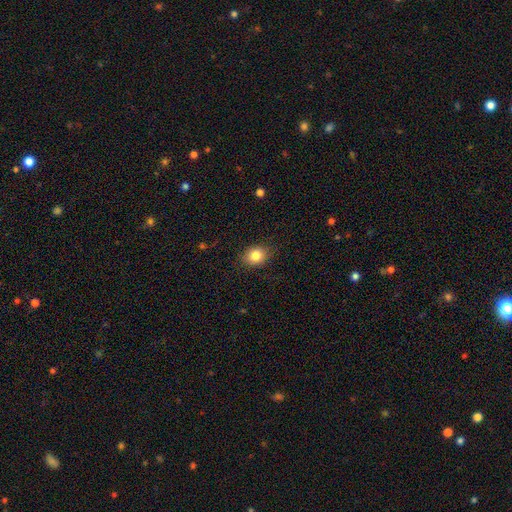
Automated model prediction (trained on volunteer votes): Smooth or featured?
  - smooth: 84% *
  - star or artifact: 9%
  - featured or disk: 7%
How rounded?
  - in between: 50% *
  - round: 49%
  - cigar-shaped: 1%
Merging?
  - none: 86% *
  - minor disturbance: 10%
  - major disturbance: 3%
  - merger: 1%